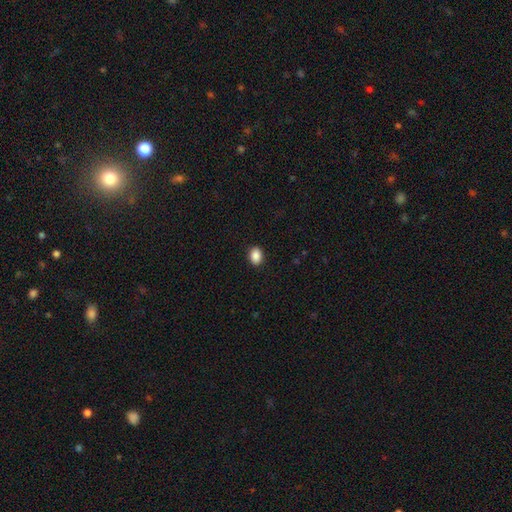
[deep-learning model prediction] The model was most divided on "how rounded": in between: 71%, round: 28%, cigar-shaped: 1%. More confident: merging — none (91%); smooth or featured — smooth (89%).